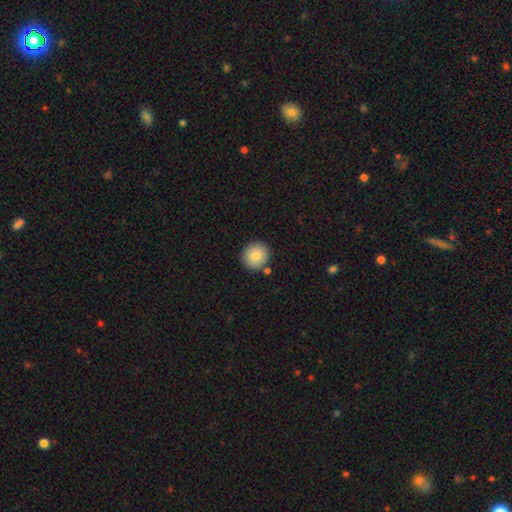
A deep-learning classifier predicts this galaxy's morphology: A smooth galaxy with no disk features (83%) that is round (93%). Merging: none (85%).